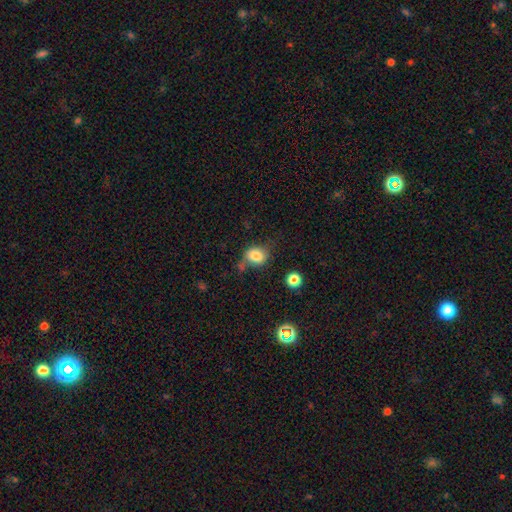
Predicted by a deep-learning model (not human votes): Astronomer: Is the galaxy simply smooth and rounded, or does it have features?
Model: smooth — 80%.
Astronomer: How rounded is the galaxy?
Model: round — 56% (runner-up: in between, 43%).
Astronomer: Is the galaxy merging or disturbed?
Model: none — 58%.